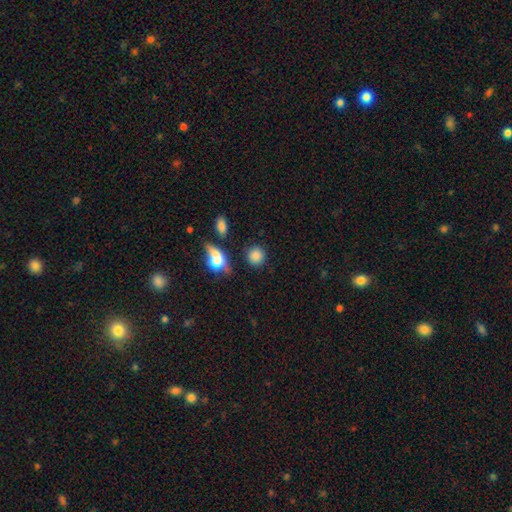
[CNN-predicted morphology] The model was most divided on "merging": none: 81%, minor disturbance: 10%, merger: 5%, major disturbance: 4%. More confident: how rounded — round (86%); smooth or featured — smooth (82%).